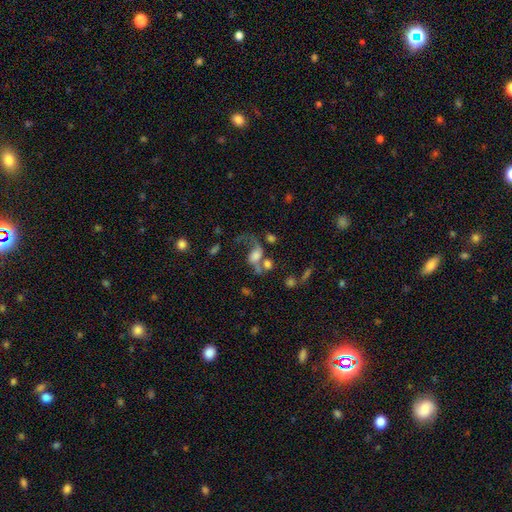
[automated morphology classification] The model was most divided on "merging": major disturbance: 34%, merger: 28%, none: 25%, minor disturbance: 13%. More confident: edge-on disk — no (96%); smooth or featured — featured or disk (51%).